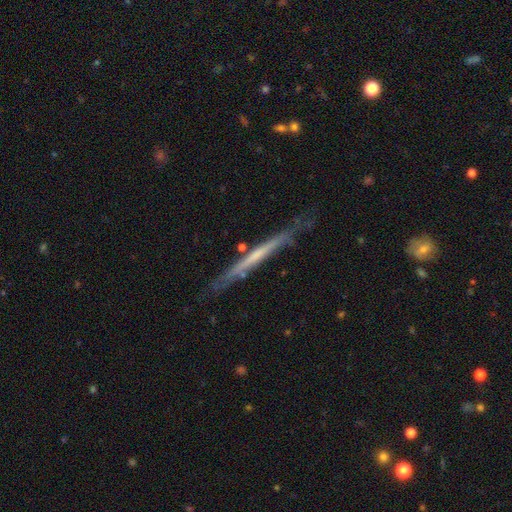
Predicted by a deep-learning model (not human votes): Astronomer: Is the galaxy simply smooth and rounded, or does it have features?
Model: featured or disk — 61%.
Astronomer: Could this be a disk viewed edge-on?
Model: yes — 95%.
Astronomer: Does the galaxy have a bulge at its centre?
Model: none — 83%.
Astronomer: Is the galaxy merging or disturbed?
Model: none — 77%.